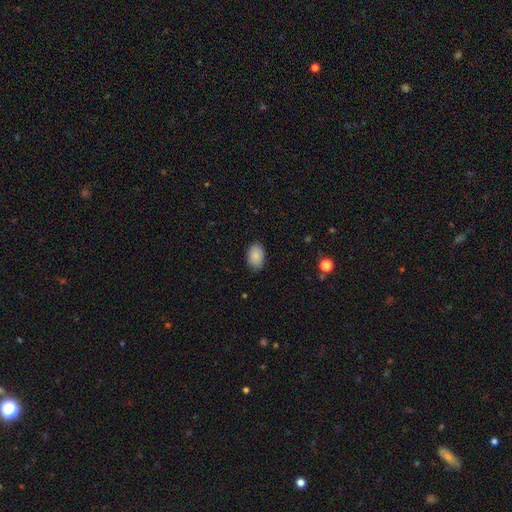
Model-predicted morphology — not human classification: The model was most divided on "merging": none: 86%, minor disturbance: 11%, major disturbance: 2%, merger: 1%. More confident: how rounded — in between (89%); smooth or featured — smooth (88%).